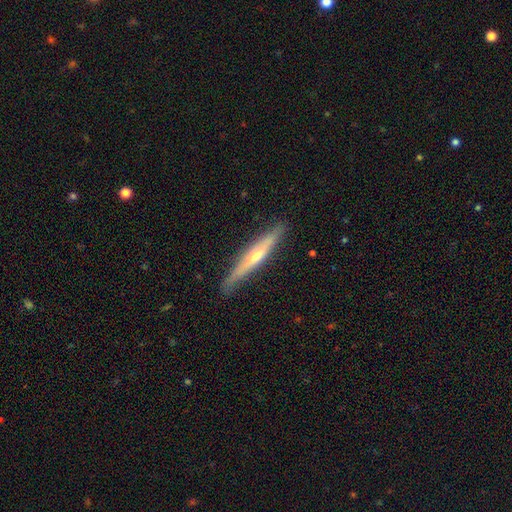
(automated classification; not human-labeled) A featured or disk galaxy (62%) viewed edge-on (94%) with a rounded central bulge (73%).

Vote fractions:
- Smooth or featured? featured or disk: 62% / smooth: 32% / star or artifact: 6%
- Edge-on disk? yes: 94% / no: 6%
- Edge-on bulge? rounded: 73% / none: 22% / boxy: 5%
- Merging? none: 86% / minor disturbance: 11% / major disturbance: 2% / merger: 1%